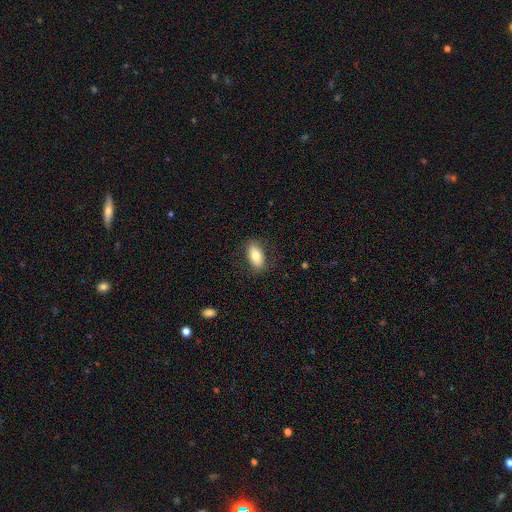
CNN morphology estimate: This is likely a smooth galaxy (77%). How rounded: clearly in between (88%). Merging: clearly none (82%).